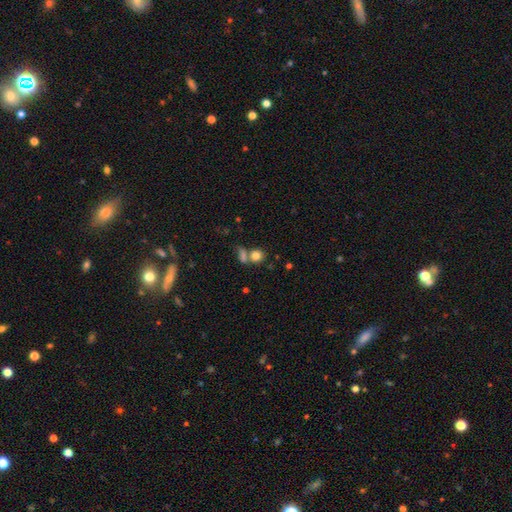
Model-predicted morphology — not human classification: A smooth galaxy with no disk features (80%) that is round (76%). Merging: none (48%).